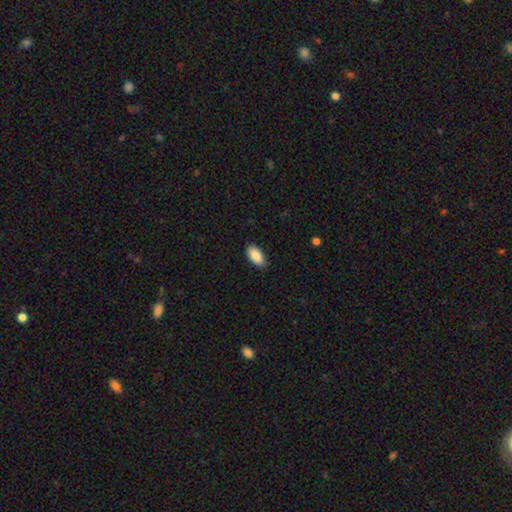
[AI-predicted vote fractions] This is clearly a smooth galaxy (88%). How rounded: clearly in between (93%). Merging: clearly none (87%).